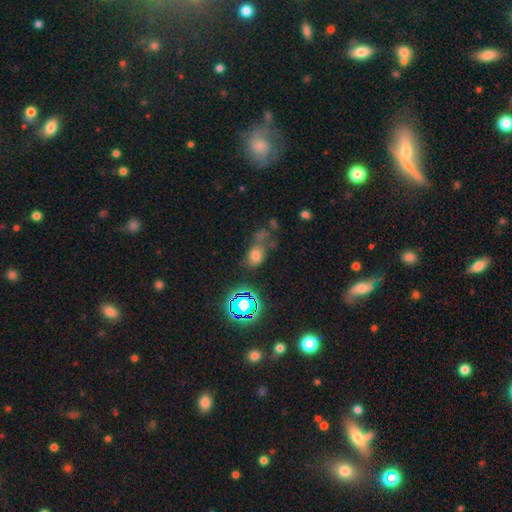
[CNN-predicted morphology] Overall: smooth (60%; star or artifact 27%). How rounded: in between (61%; round 37%). Merging: none (38%; merger 24%).